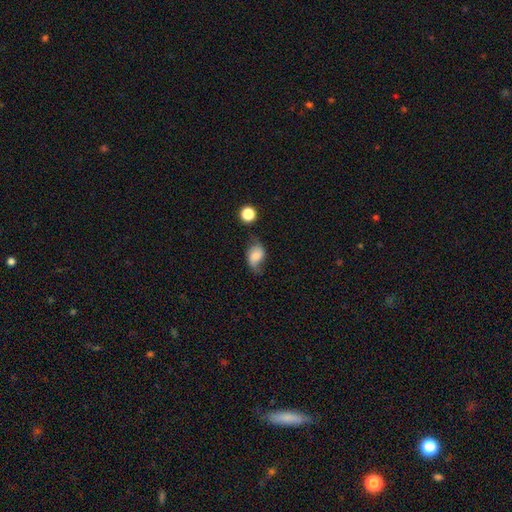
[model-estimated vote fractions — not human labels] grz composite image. It shows a smooth galaxy with no disk features (63%) that is in between round and cigar-shaped (77%). Merging: none (50%).